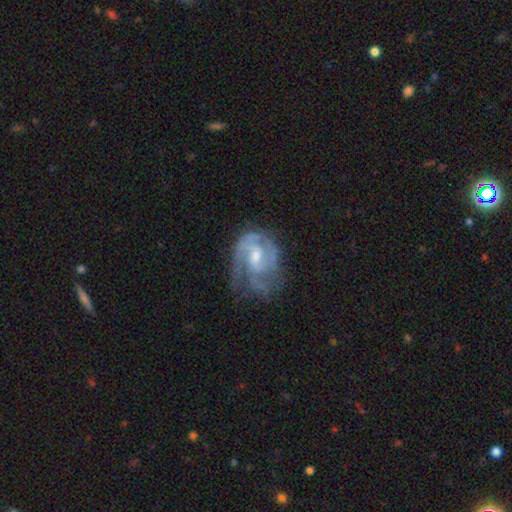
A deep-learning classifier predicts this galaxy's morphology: This is clearly a featured or disk galaxy (83%). It is clearly not viewed edge-on (97%). Bar: possibly weak (51%). Spiral arm pattern: clearly yes (93%). Spiral arm count: marginally 2 (39%). Spiral winding: marginally medium (44%). Central bulge: possibly moderate (53%). Merging: possibly none (47%).